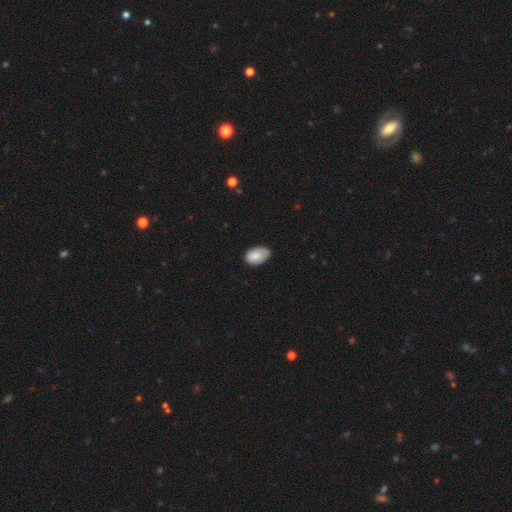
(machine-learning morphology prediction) This appears to be a smooth galaxy with no disk features (82%) that is in between round and cigar-shaped (89%). Merging: none (64%).